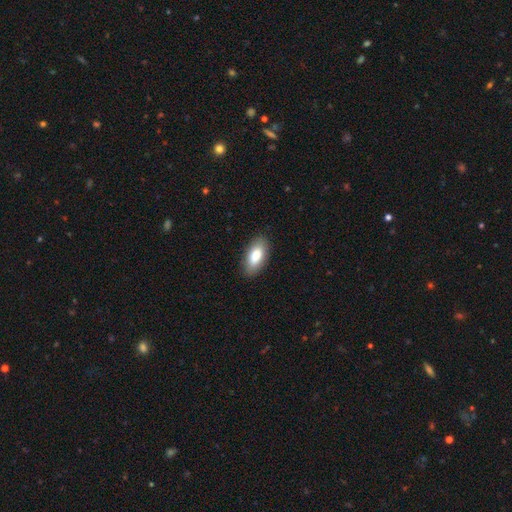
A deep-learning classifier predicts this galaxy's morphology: Smooth or featured? Predicted: smooth (p=0.84). How rounded? Predicted: in between (p=0.90). Merging? Predicted: none (p=0.87).